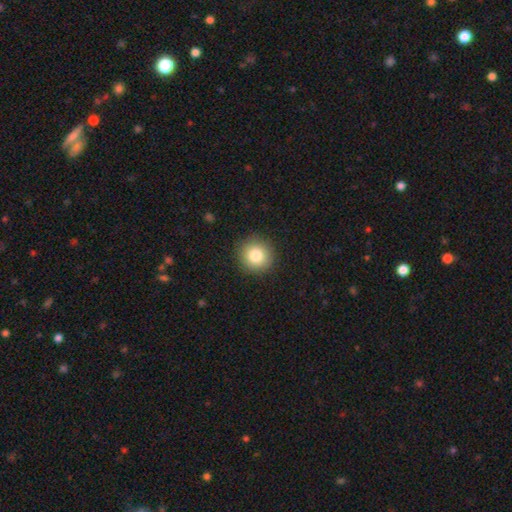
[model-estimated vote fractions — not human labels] Smooth or featured: smooth — 83% (star or artifact — 10%)
How rounded: round — 93% (in between — 6%)
Merging: none — 91% (minor disturbance — 6%)